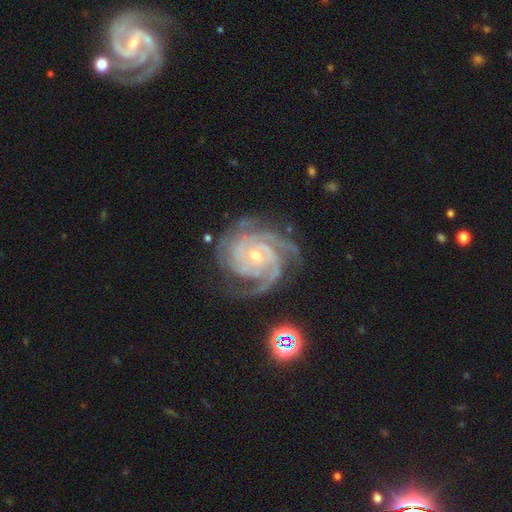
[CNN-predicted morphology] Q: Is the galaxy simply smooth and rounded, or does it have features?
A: featured or disk — 93%.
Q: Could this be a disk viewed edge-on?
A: no — 98%.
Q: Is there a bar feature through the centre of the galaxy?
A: no — 68%.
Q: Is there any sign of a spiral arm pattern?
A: yes — 99%.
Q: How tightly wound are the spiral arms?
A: tight — 72%.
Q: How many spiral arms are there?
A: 3 — 43%.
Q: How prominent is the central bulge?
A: small — 64%.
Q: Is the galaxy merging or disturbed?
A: none — 72%.